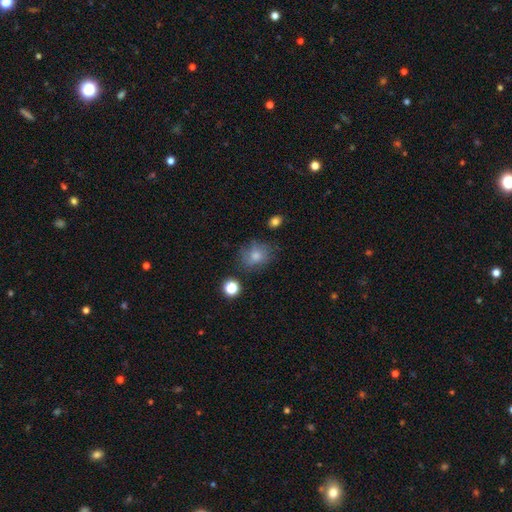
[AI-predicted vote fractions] Q: Smooth or featured?
A: smooth (73%); runner-up: featured or disk (15%)
Q: How rounded?
A: round (62%); runner-up: in between (37%)
Q: Merging?
A: none (64%); runner-up: minor disturbance (22%)